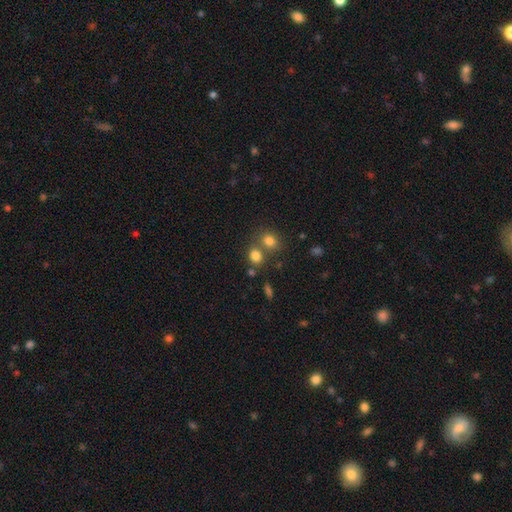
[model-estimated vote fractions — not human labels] Overall: smooth (79%). How rounded: round (63%; in between 36%). Merging: none (53%; merger 34%).